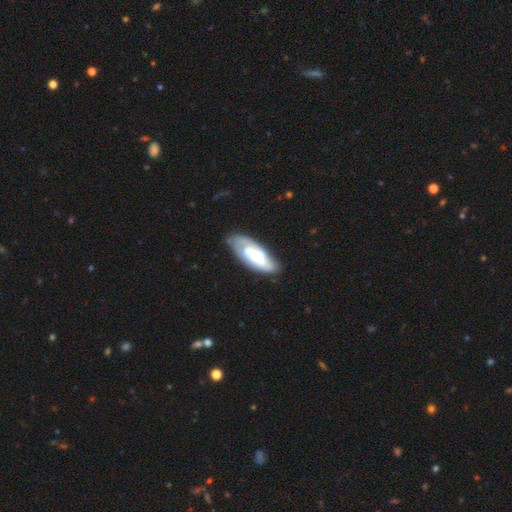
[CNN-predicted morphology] This appears to be a featured or disk galaxy (57%). Merging: none (64%).